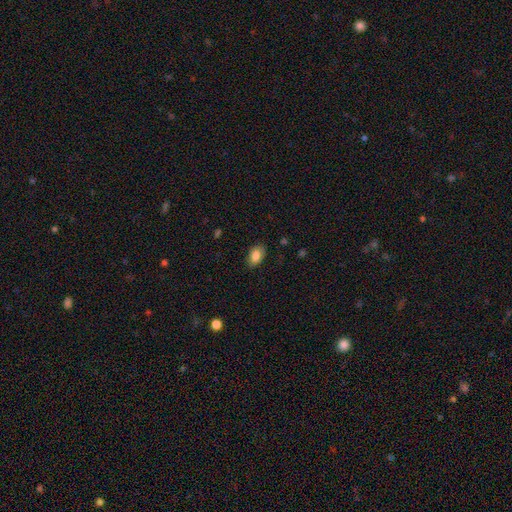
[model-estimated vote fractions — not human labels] Smooth or featured? smooth (85%)
How rounded? in between (89%)
Merging? none (85%)